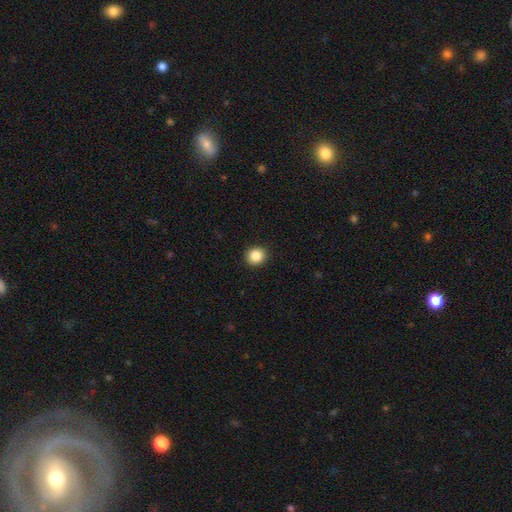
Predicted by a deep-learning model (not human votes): smooth_or_featured: smooth (p=0.87) [alt: star or artifact p=0.09]
how_rounded: round (p=0.87) [alt: in between p=0.12]
merging: none (p=0.92) [alt: minor disturbance p=0.06]